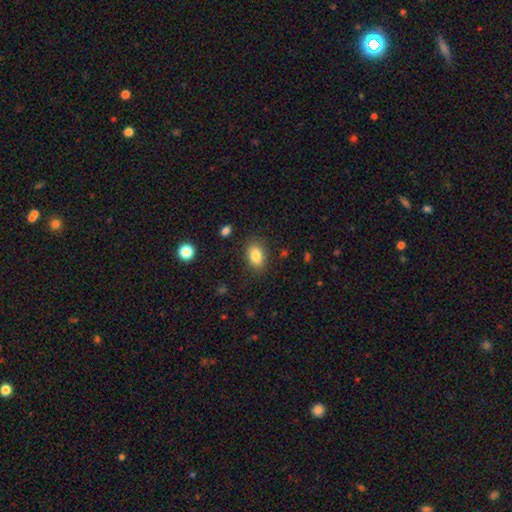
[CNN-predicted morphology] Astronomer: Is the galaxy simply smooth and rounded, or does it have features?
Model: smooth — 83%.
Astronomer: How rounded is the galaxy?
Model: in between — 83%.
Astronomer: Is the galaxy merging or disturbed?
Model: none — 84%.